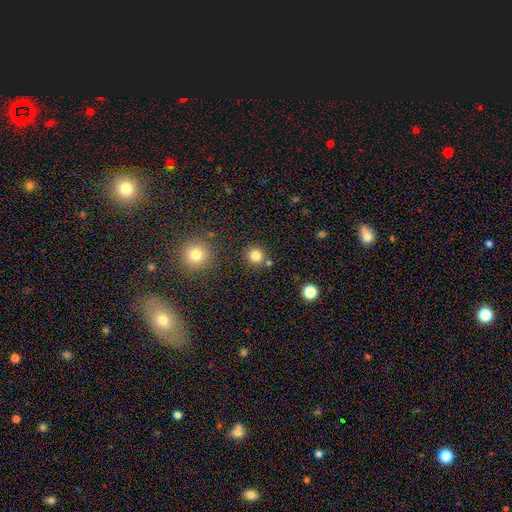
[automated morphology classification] This appears to be a smooth galaxy with no disk features (83%) that is round (92%). Merging: none (83%).